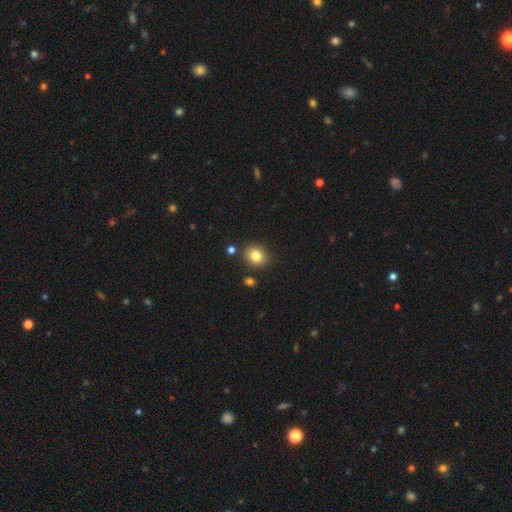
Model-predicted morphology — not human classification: smooth_or_featured: smooth (p=0.82) [alt: star or artifact p=0.11]
how_rounded: round (p=0.77) [alt: in between p=0.22]
merging: none (p=0.85) [alt: minor disturbance p=0.08]